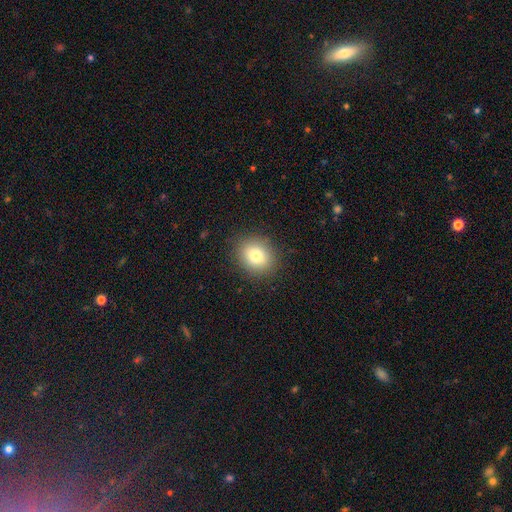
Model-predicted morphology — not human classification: Smooth or featured?
  - smooth: 79% *
  - star or artifact: 10%
  - featured or disk: 10%
How rounded?
  - round: 63% *
  - in between: 36%
  - cigar-shaped: 1%
Merging?
  - none: 88% *
  - minor disturbance: 8%
  - major disturbance: 3%
  - merger: 1%